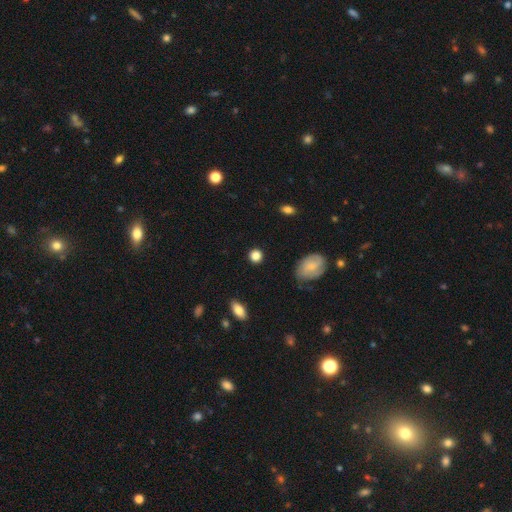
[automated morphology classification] Overall: smooth (85%). How rounded: round (87%). Merging: none (87%).